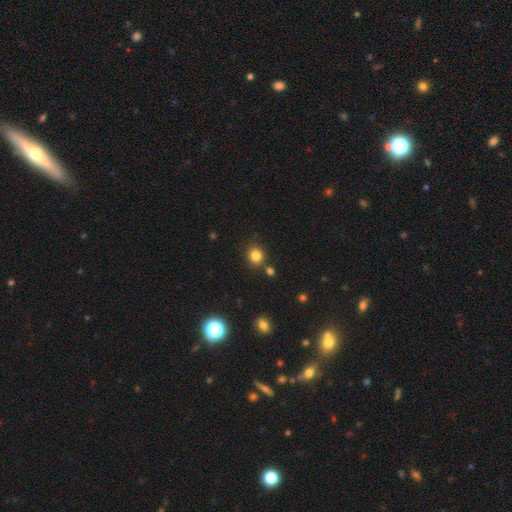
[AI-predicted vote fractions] The model was most divided on "how rounded": round: 83%, in between: 16%, cigar-shaped: 1%. More confident: smooth or featured — smooth (82%); merging — none (81%).